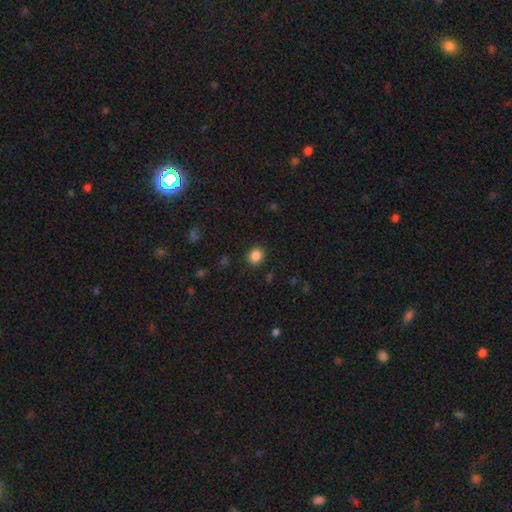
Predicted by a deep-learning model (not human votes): Smooth or featured? smooth (86%)
How rounded? round (79%)
Merging? none (89%)